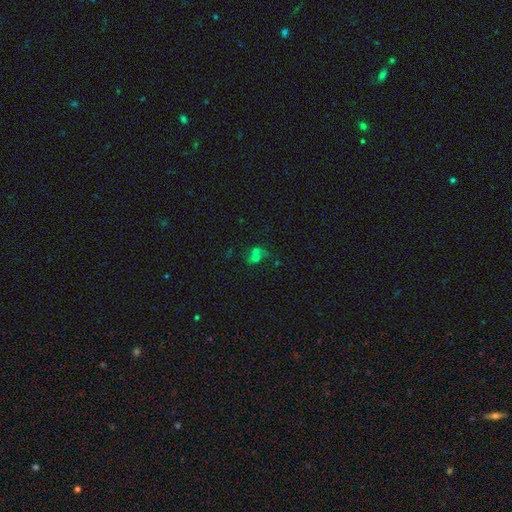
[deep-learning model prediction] smooth-or-featured: smooth: 51% | star or artifact: 25% | featured or disk: 24%
  how-rounded: round: 63% | in between: 36% | cigar-shaped: 2%
  merging: merger: 58% | none: 27% | minor disturbance: 8% | major disturbance: 7%